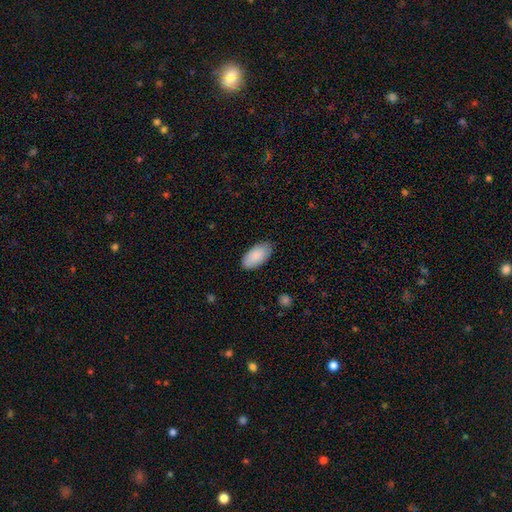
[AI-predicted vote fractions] This appears to be a smooth galaxy with no disk features (87%) that is in between round and cigar-shaped (95%). Merging: none (82%).